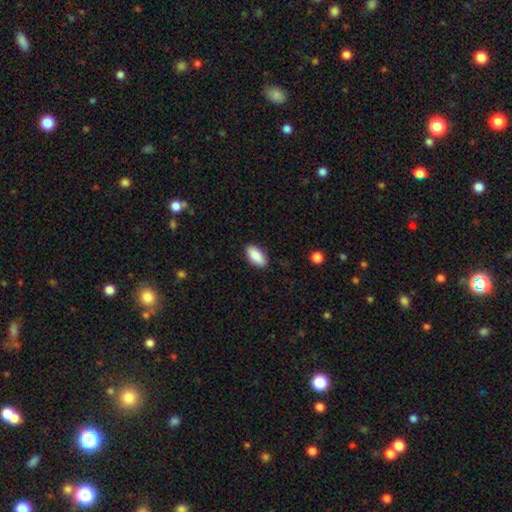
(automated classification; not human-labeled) Smooth or featured? Predicted: smooth (p=0.86). How rounded? Predicted: in between (p=0.89). Merging? Predicted: none (p=0.87).